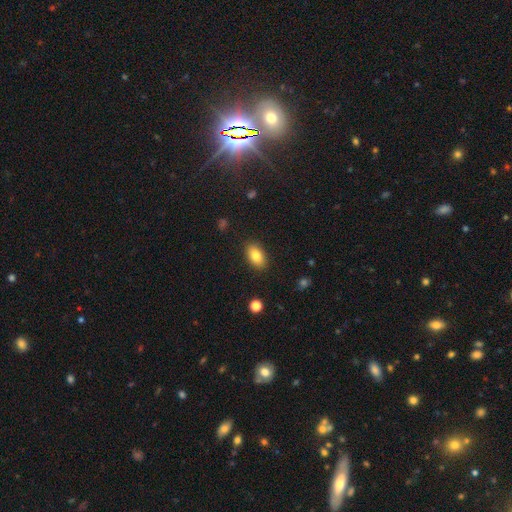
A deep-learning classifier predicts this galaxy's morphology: Smooth or featured? smooth (82%)
How rounded? in between (90%)
Merging? none (87%)